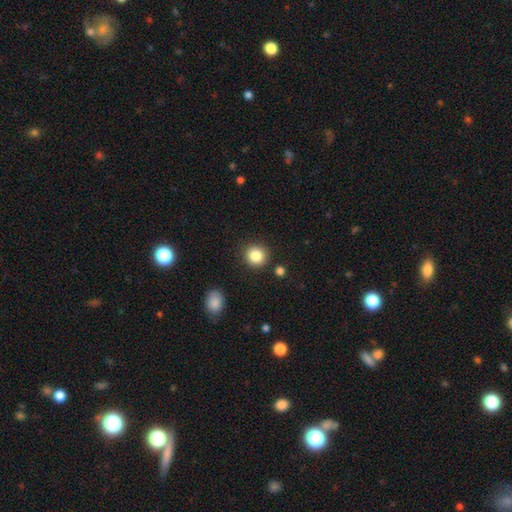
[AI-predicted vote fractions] Smooth or featured? Predicted: smooth (p=0.86). How rounded? Predicted: round (p=0.90). Merging? Predicted: none (p=0.88).